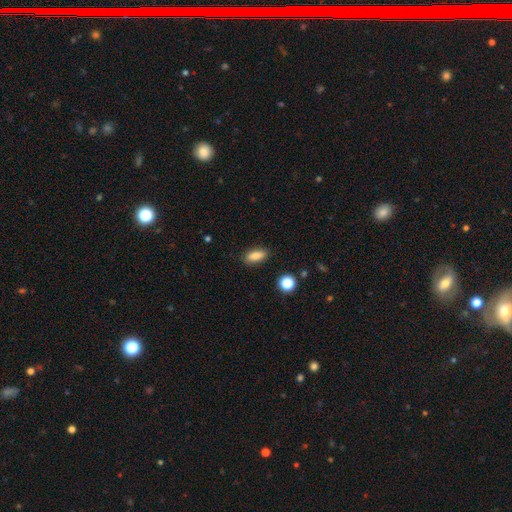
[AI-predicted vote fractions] This appears to be a smooth galaxy with no disk features (83%) that is in between round and cigar-shaped (79%). Merging: none (86%).